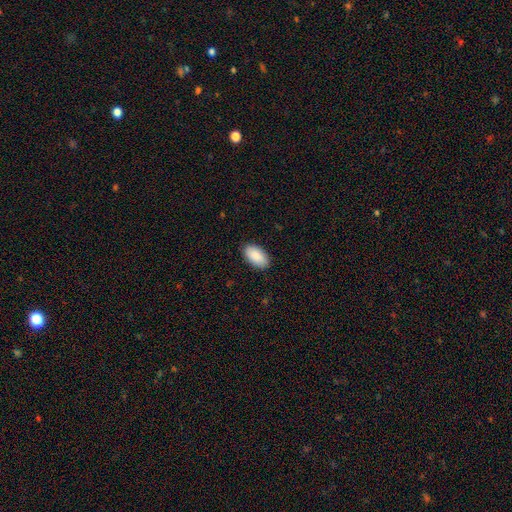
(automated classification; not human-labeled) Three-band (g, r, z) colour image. It shows a smooth galaxy with no disk features (90%) that is in between round and cigar-shaped (96%). Merging: none (89%).